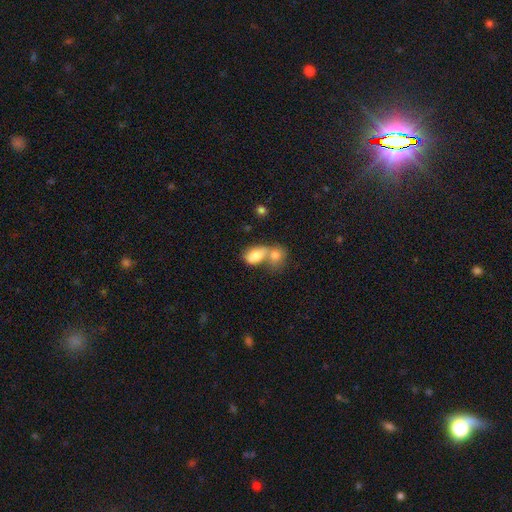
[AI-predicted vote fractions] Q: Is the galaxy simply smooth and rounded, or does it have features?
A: smooth — 77%.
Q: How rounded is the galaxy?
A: in between — 80%.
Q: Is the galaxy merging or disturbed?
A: merger — 67%.